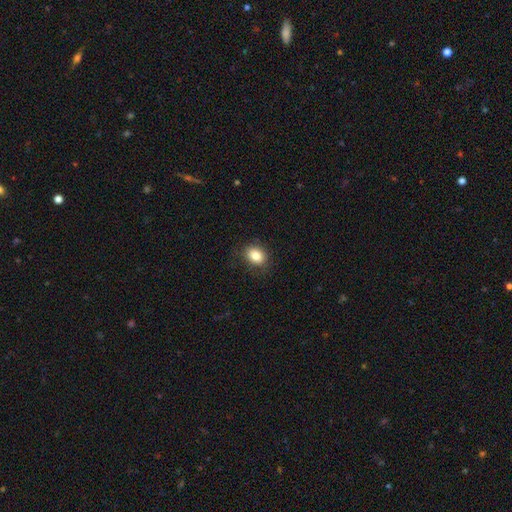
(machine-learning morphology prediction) This is clearly a smooth galaxy (84%). How rounded: possibly in between (57%). Merging: clearly none (81%).